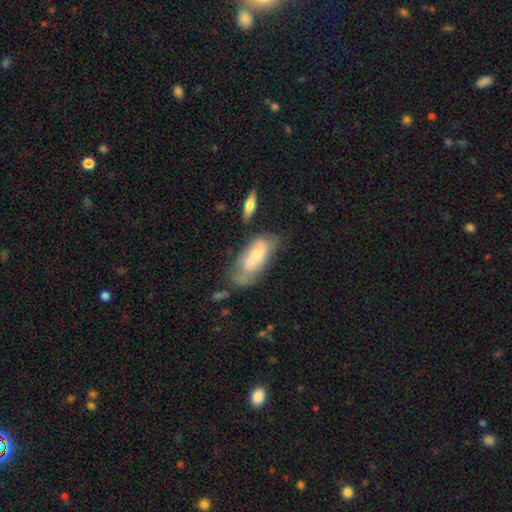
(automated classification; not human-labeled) A smooth galaxy with no disk features (58%) that is in between round and cigar-shaped (82%). Merging: none (41%).